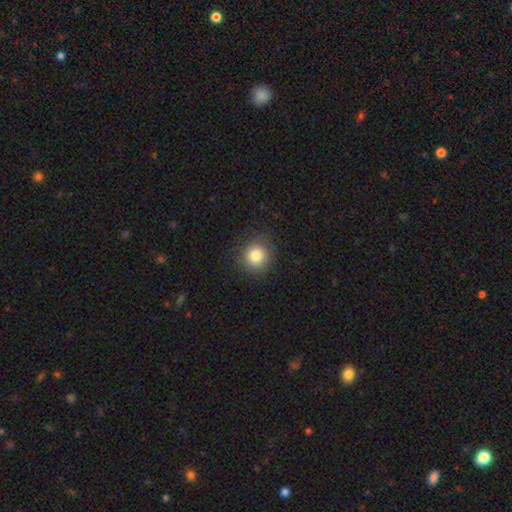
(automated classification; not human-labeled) smooth_or_featured: smooth (p=0.82) [alt: star or artifact p=0.11]
how_rounded: round (p=0.92) [alt: in between p=0.07]
merging: none (p=0.89) [alt: minor disturbance p=0.07]